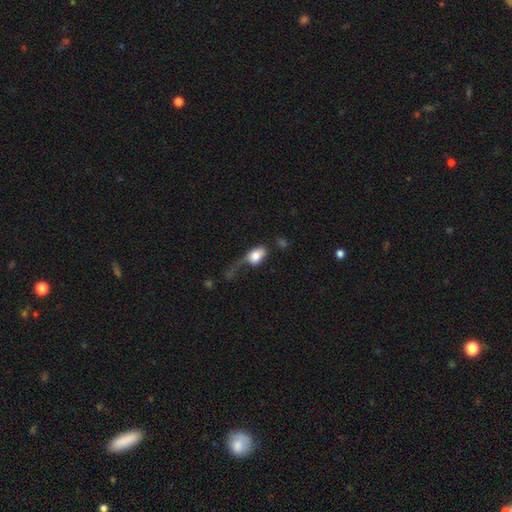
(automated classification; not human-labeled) smooth-or-featured: smooth: 75% | featured or disk: 18% | star or artifact: 7%
  how-rounded: in between: 80% | round: 17% | cigar-shaped: 3%
  merging: major disturbance: 51% | none: 21% | minor disturbance: 20% | merger: 9%